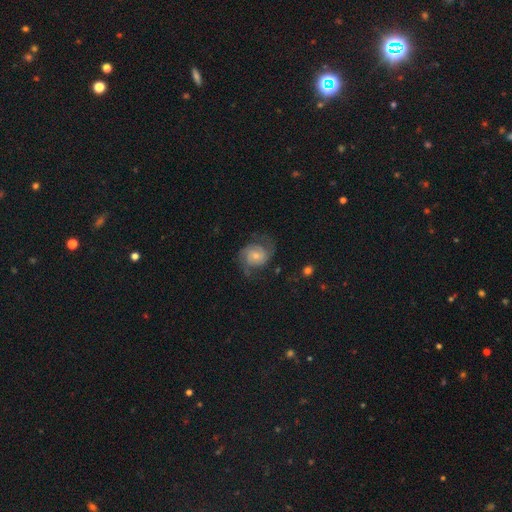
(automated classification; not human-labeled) This appears to be a featured or disk galaxy (78%) with no bar (69%), 2 (81%) medium (46%) spiral arms (94%) and a small central bulge (56%). Merging: none (65%).